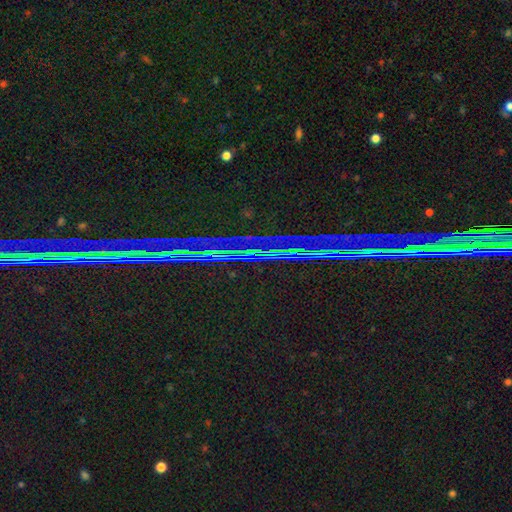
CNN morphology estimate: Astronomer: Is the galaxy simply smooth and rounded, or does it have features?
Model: star or artifact — 86%.